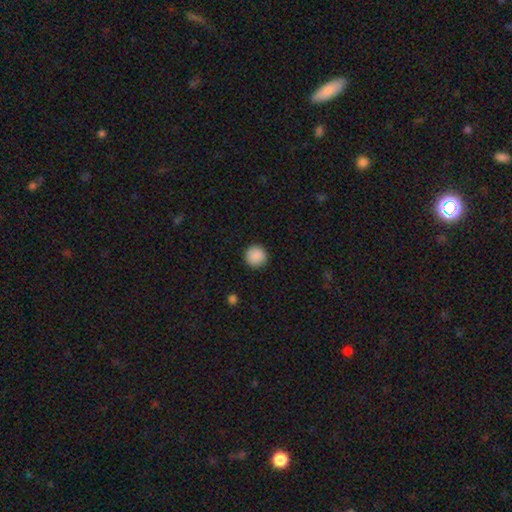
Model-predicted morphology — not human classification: This appears to be a smooth galaxy with no disk features (90%) that is round (96%). Merging: none (93%).